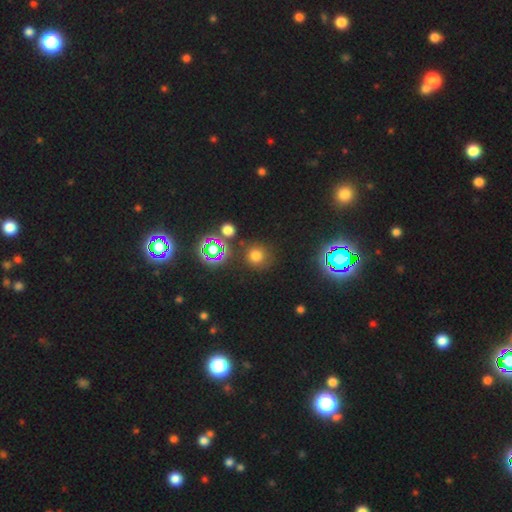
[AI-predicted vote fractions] Smooth or featured: smooth — 62% (star or artifact — 30%)
How rounded: round — 93% (in between — 6%)
Merging: none — 82% (minor disturbance — 9%)